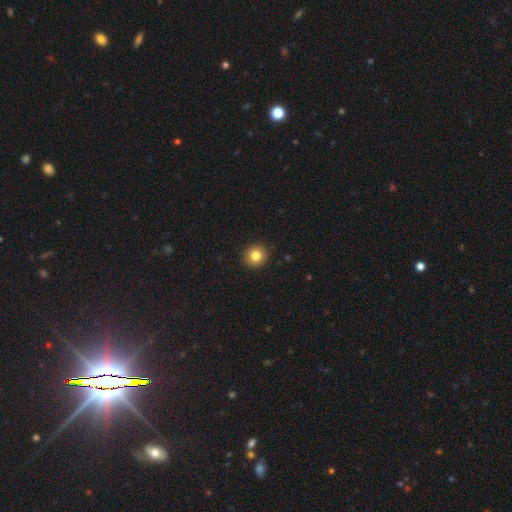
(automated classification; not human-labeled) smooth-or-featured: smooth: 83% | star or artifact: 10% | featured or disk: 7%
  how-rounded: round: 88% | in between: 11% | cigar-shaped: 1%
  merging: none: 92% | minor disturbance: 5% | major disturbance: 2% | merger: 1%